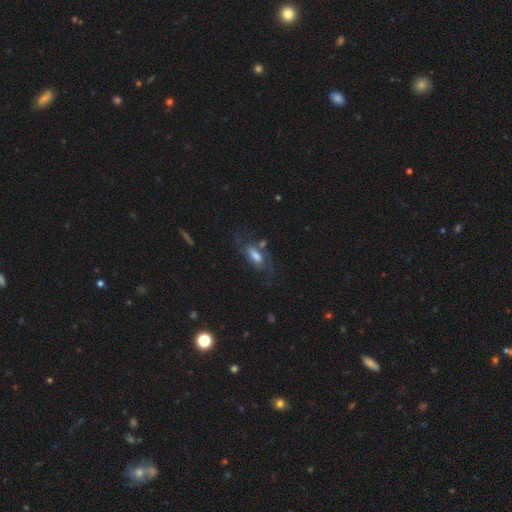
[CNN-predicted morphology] type=featured or disk (48%); merging=none (55%).